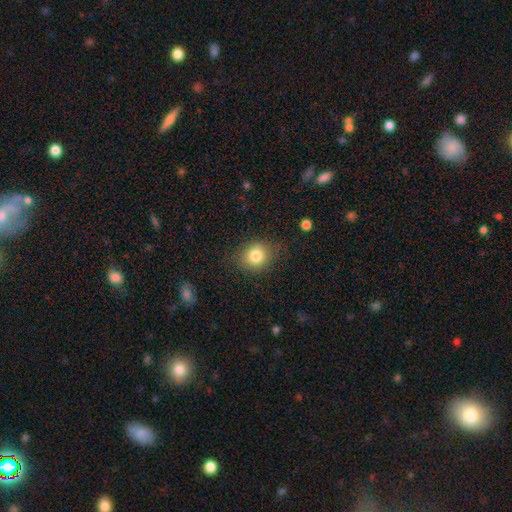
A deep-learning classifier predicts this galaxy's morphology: This is clearly a smooth galaxy (80%). How rounded: likely round (65%). Merging: likely none (78%).